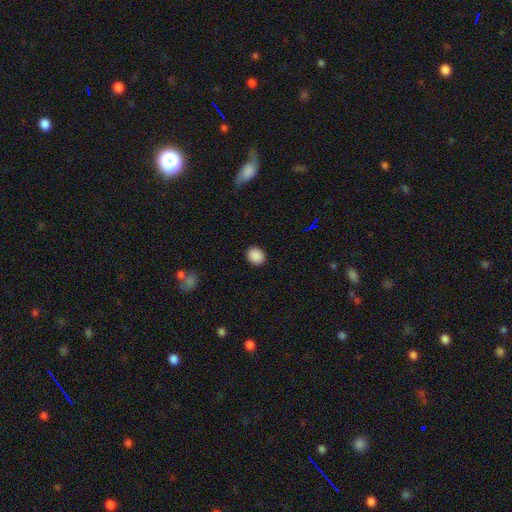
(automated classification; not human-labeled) smooth_or_featured: smooth (p=0.89) [alt: star or artifact p=0.09]
how_rounded: round (p=0.58) [alt: in between p=0.41]
merging: none (p=0.90) [alt: minor disturbance p=0.07]